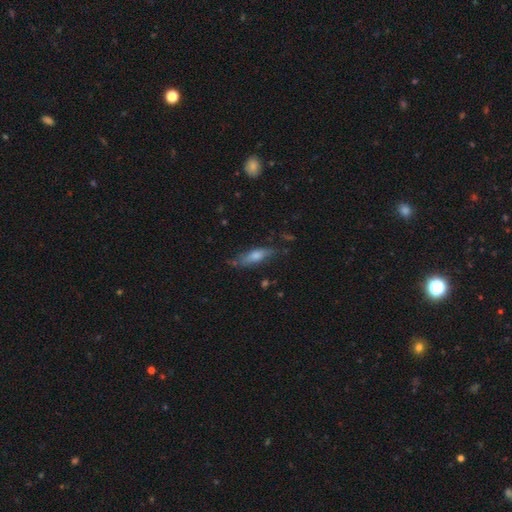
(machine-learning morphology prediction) smooth-or-featured: smooth: 67% | featured or disk: 26% | star or artifact: 8%
  how-rounded: in between: 53% | cigar-shaped: 45% | round: 2%
  merging: none: 63% | minor disturbance: 25% | major disturbance: 8% | merger: 4%